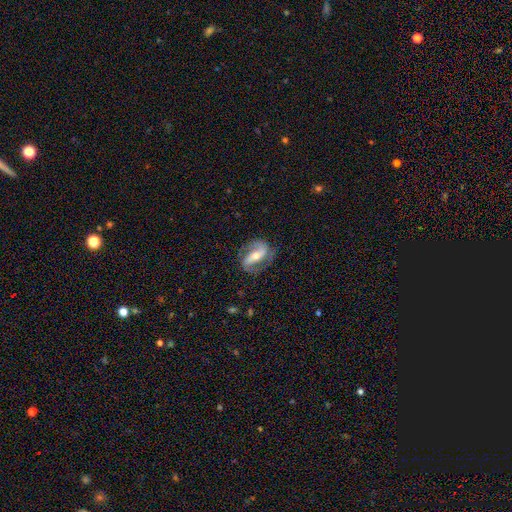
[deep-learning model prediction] Q: Smooth or featured?
A: featured or disk (85%); runner-up: smooth (10%)
Q: Edge-on disk?
A: no (96%); runner-up: yes (4%)
Q: Bar?
A: strong (50%); runner-up: weak (29%)
Q: Spiral arms?
A: yes (94%); runner-up: no (6%)
Q: Spiral winding?
A: medium (48%); runner-up: loose (28%)
Q: Spiral arm count?
A: 2 (90%); runner-up: 1 (4%)
Q: Bulge size?
A: moderate (60%); runner-up: small (33%)
Q: Merging?
A: none (78%); runner-up: minor disturbance (14%)